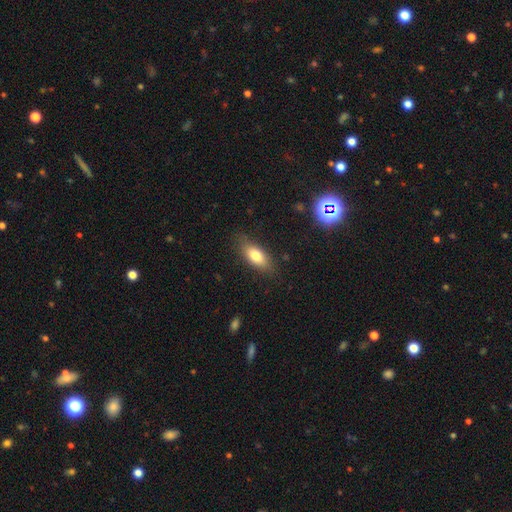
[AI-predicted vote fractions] smooth 76%, featured or disk 16%, star or artifact 8%. Down the decision tree: how rounded — in between (81%); merging — none (81%).